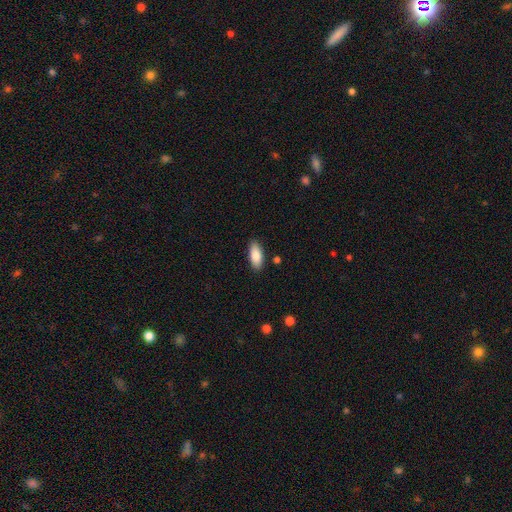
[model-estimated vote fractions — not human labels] The model was most divided on "smooth or featured": smooth: 82%, featured or disk: 11%, star or artifact: 6%. More confident: merging — none (88%); how rounded — in between (86%).